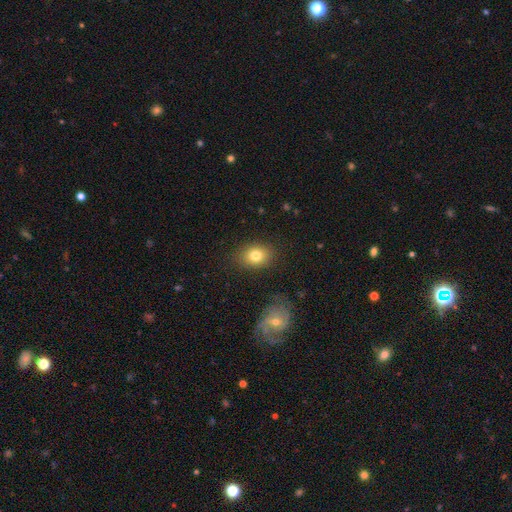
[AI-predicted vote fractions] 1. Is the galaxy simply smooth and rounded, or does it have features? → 80% smooth, 11% featured or disk, 9% star or artifact.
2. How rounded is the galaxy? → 61% in between, 38% round, 1% cigar-shaped.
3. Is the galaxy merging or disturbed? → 83% none, 11% minor disturbance, 3% major disturbance, 2% merger.